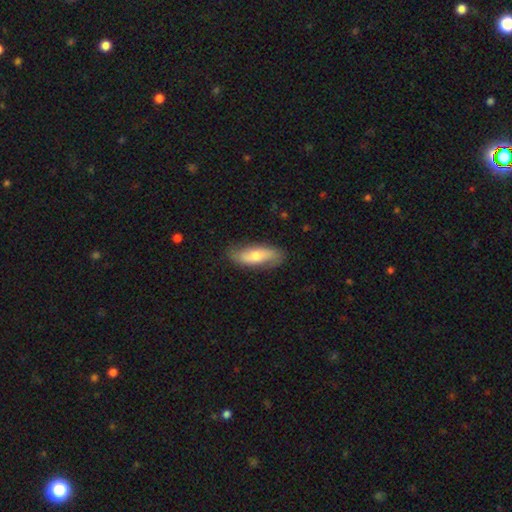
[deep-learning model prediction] Smooth or featured? smooth (56%)
How rounded? in between (65%)
Merging? none (79%)